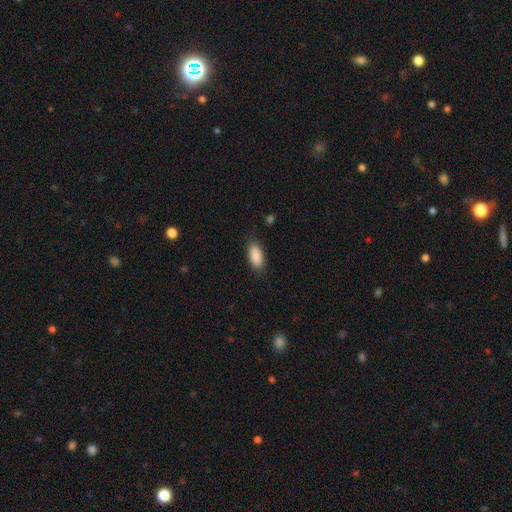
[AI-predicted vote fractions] smooth 89%, star or artifact 6%, featured or disk 4%. Down the decision tree: how rounded — in between (88%); merging — none (84%).